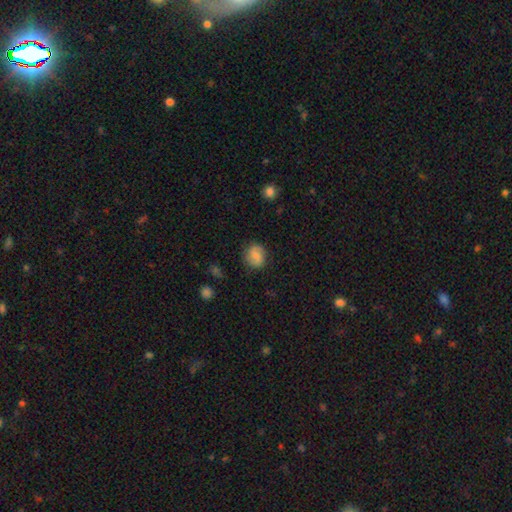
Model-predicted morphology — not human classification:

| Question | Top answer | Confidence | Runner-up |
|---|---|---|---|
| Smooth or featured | smooth | 66% | featured or disk (26%) |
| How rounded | round | 71% | in between (27%) |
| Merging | none | 78% | minor disturbance (16%) |